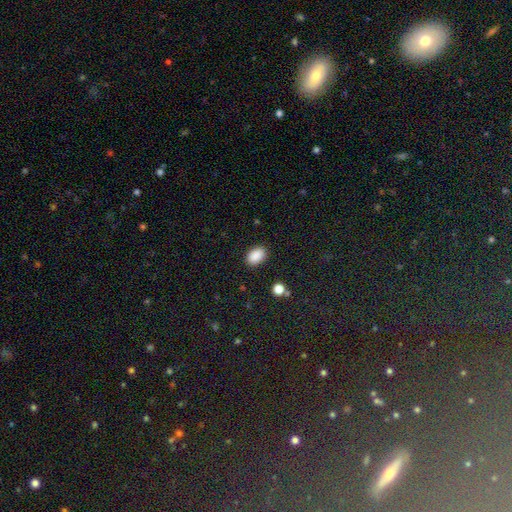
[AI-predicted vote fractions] Overall: smooth (89%). How rounded: in between (85%). Merging: none (88%).